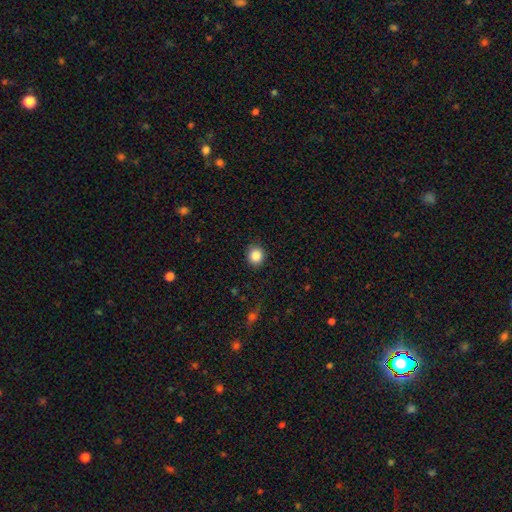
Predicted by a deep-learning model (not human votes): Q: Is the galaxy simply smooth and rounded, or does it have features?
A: smooth — 87%.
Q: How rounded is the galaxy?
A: round — 87%.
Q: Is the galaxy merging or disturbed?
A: none — 89%.